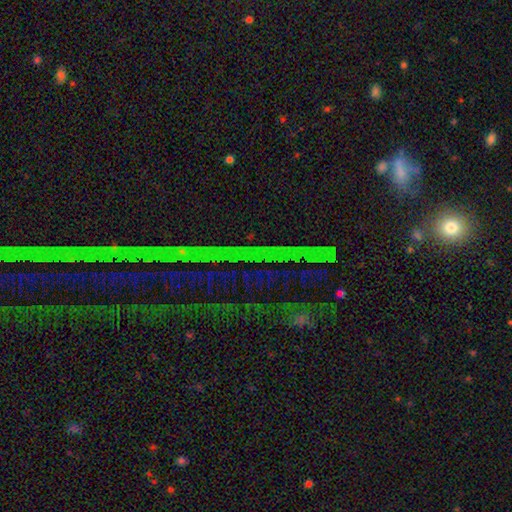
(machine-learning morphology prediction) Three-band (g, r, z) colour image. It shows a star or artifact, not a galaxy (81%).